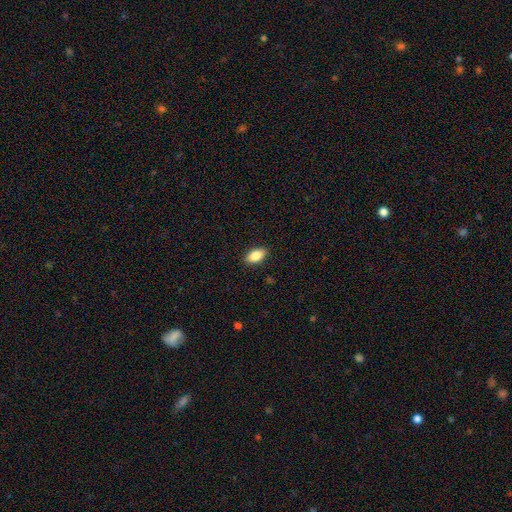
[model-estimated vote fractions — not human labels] Smooth or featured? Predicted: smooth (p=0.87). How rounded? Predicted: in between (p=0.92). Merging? Predicted: none (p=0.90).